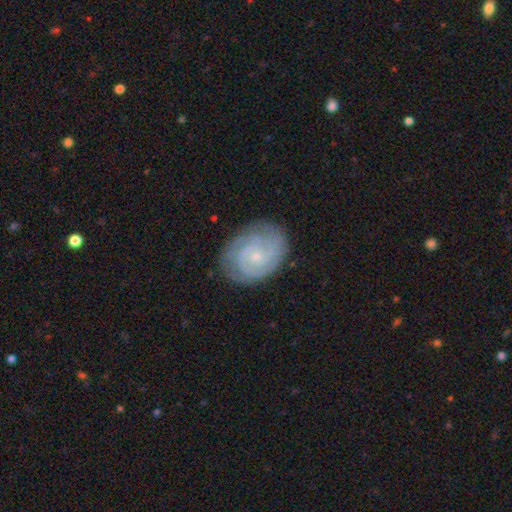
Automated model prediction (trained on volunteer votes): This appears to be a featured or disk galaxy (84%) with no bar (69%), 2 (39%) tight (73%) spiral arms (97%) and a small central bulge (81%). Merging: none (81%).